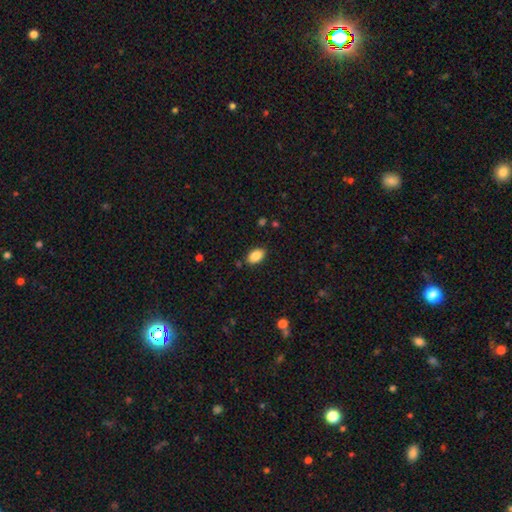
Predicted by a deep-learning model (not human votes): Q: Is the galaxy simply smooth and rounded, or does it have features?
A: smooth — 86%.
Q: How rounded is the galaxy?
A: in between — 92%.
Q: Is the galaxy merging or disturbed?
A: none — 86%.